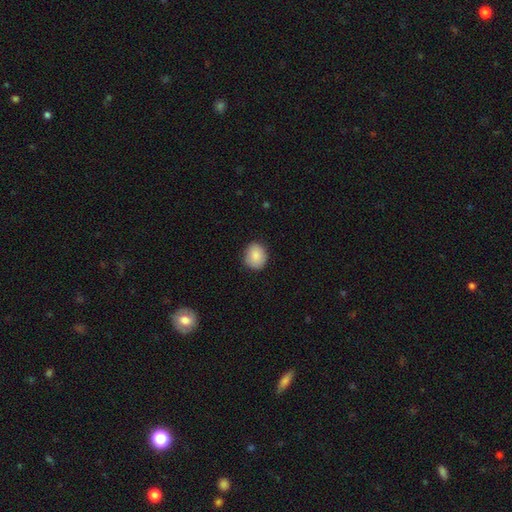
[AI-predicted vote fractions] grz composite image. It shows a smooth galaxy with no disk features (88%) that is round (70%). Merging: none (86%).